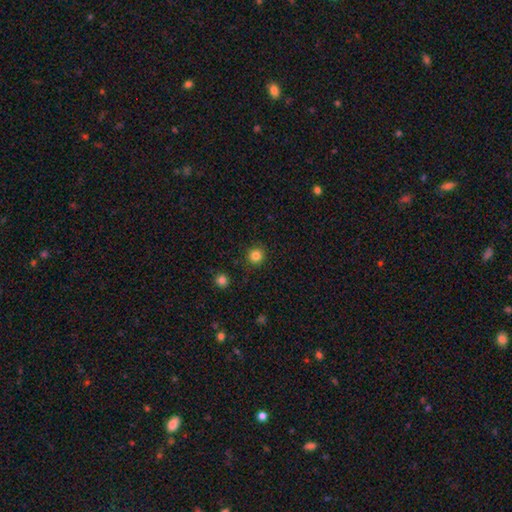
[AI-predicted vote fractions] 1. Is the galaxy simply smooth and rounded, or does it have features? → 83% smooth, 12% star or artifact, 4% featured or disk.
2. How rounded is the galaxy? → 93% round, 6% in between, 1% cigar-shaped.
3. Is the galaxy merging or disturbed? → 91% none, 6% minor disturbance, 2% major disturbance, 1% merger.